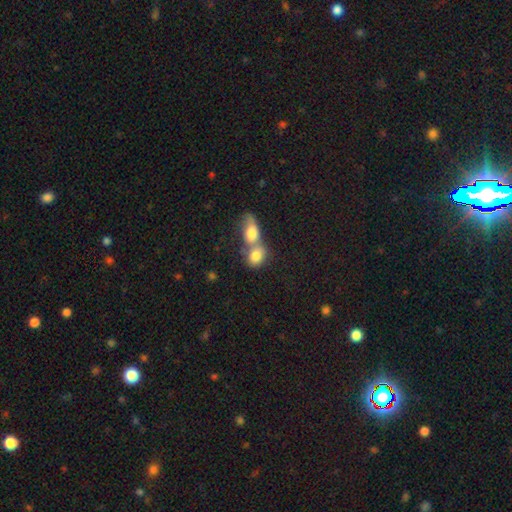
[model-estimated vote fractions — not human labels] Q: Smooth or featured?
A: smooth (80%); runner-up: featured or disk (12%)
Q: How rounded?
A: in between (55%); runner-up: round (43%)
Q: Merging?
A: merger (64%); runner-up: none (26%)